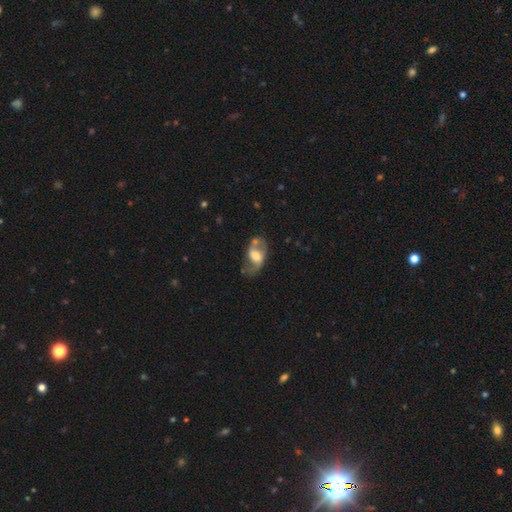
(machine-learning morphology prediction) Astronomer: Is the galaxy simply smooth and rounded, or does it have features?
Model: featured or disk — 61%.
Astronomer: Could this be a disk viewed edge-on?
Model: no — 93%.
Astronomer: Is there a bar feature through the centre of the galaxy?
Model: no — 41% (runner-up: weak, 39%).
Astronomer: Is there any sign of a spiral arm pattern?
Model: yes — 61% (runner-up: no, 39%).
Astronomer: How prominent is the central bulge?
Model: moderate — 54%.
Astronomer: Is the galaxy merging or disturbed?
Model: none — 43% (runner-up: minor disturbance, 24%).